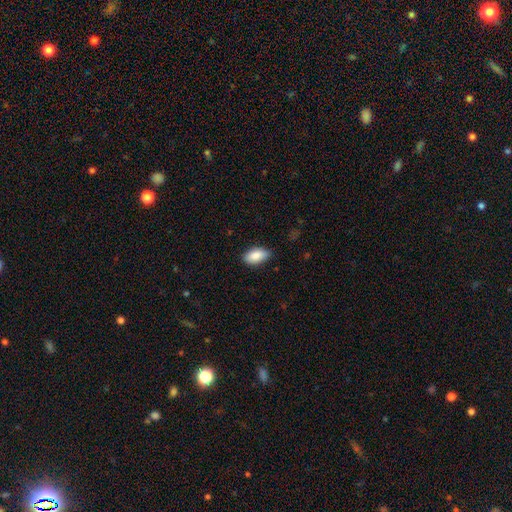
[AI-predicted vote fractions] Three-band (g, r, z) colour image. It shows a smooth galaxy with no disk features (87%) that is in between round and cigar-shaped (93%). Merging: none (84%).